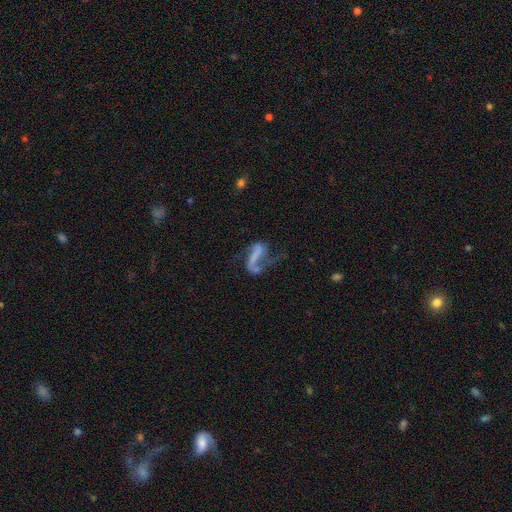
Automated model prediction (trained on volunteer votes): A featured or disk galaxy (62%) with a strong bar (41%), spiral arms (65%) and no central bulge (69%). Merging: major disturbance (43%).